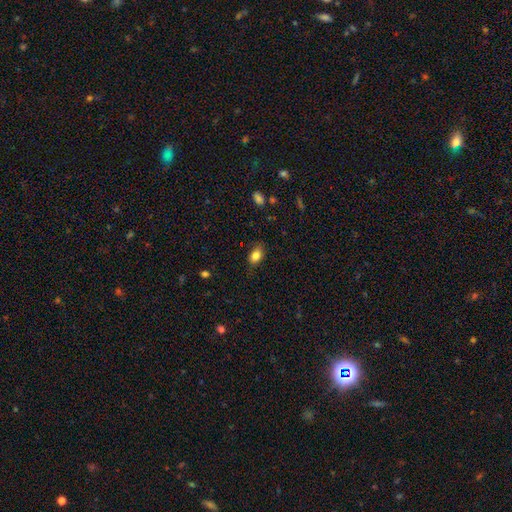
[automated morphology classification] Smooth or featured: smooth — 83% (star or artifact — 9%)
How rounded: in between — 83% (round — 15%)
Merging: none — 79% (minor disturbance — 16%)